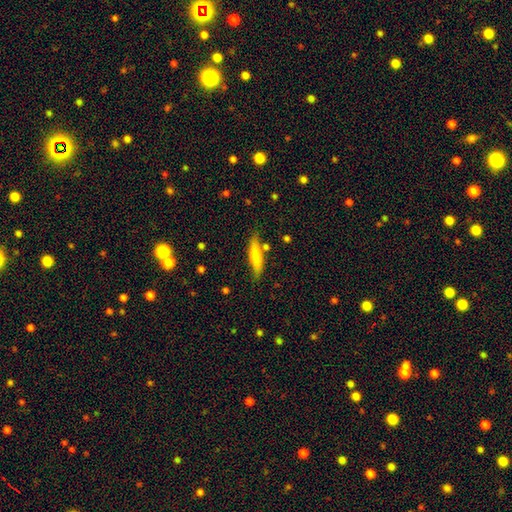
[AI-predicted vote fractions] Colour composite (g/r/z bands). It shows a smooth galaxy with no disk features (68%) that is cigar-shaped (79%). Merging: none (76%).